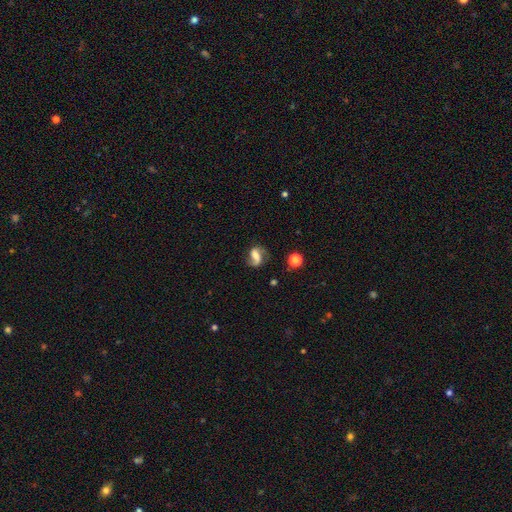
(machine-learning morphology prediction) Smooth or featured: featured or disk — 69% (smooth — 22%)
Edge-on disk: no — 96% (yes — 4%)
Bar: weak — 40% (strong — 34%)
Spiral arms: yes — 91% (no — 9%)
Spiral winding: loose — 51% (medium — 36%)
Spiral arm count: 2 — 78% (1 — 15%)
Bulge size: moderate — 39% (small — 27%)
Merging: none — 66% (minor disturbance — 19%)